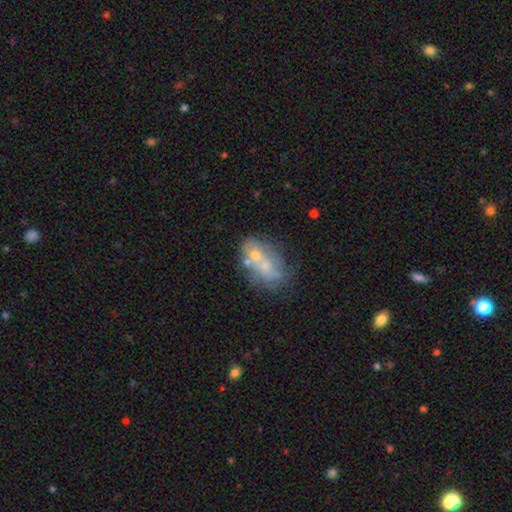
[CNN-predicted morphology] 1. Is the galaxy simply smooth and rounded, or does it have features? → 42% featured or disk, 40% smooth, 19% star or artifact.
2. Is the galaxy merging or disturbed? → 49% none, 28% merger, 14% minor disturbance, 8% major disturbance.